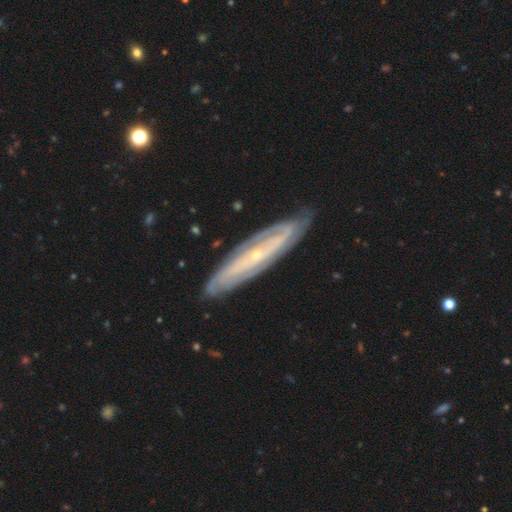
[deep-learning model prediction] A featured or disk galaxy (81%) with no bar (60%), spiral arms (91%) and a small central bulge (82%). Merging: none (83%).